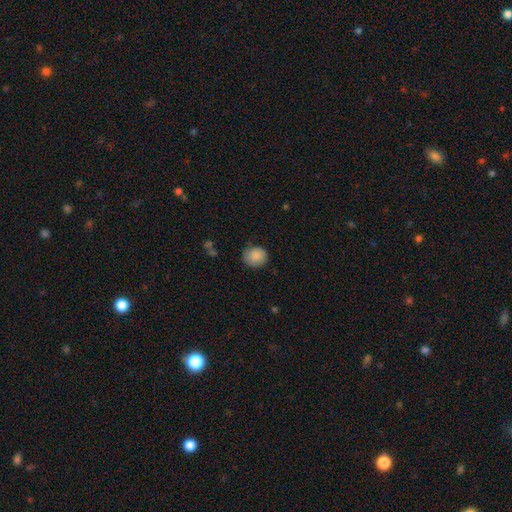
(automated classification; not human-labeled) Smooth or featured: smooth — 88% (star or artifact — 7%)
How rounded: round — 77% (in between — 22%)
Merging: none — 77% (minor disturbance — 17%)